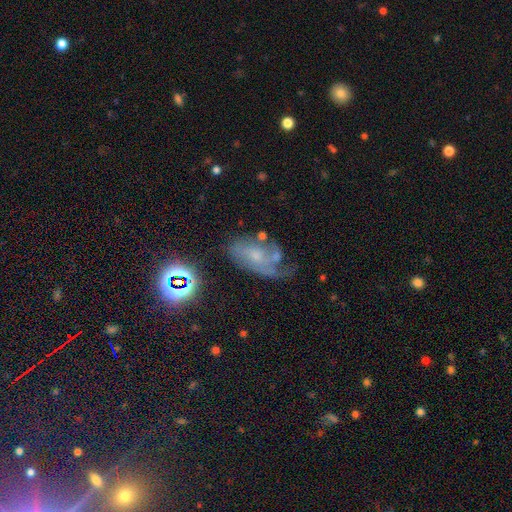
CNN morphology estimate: A featured or disk galaxy (57%) with no bar (73%), spiral arms (75%) and a small central bulge (53%). Merging: none (41%).